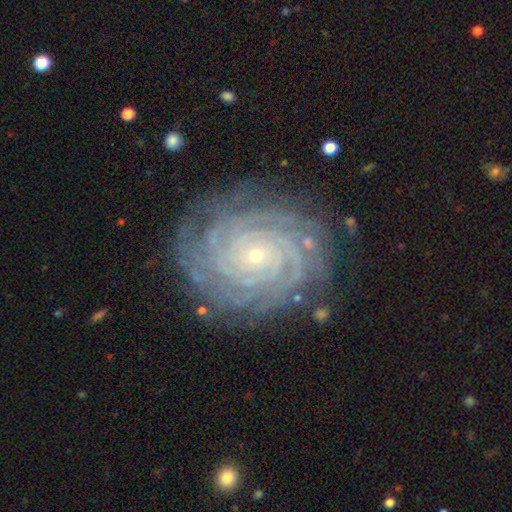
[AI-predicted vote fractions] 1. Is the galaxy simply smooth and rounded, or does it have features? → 90% featured or disk, 6% star or artifact, 4% smooth.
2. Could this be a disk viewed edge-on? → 98% no, 2% yes.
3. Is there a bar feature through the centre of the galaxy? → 80% no, 13% weak, 7% strong.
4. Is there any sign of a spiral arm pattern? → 99% yes, 1% no.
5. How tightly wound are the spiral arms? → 89% tight, 10% medium, 2% loose.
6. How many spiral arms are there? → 29% more than 4, 26% 4, 14% can't tell, 13% 3, 10% 2, 8% 1.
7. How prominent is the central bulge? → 86% small, 11% moderate, 1% none, 1% large, 1% dominant.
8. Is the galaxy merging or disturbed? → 83% none, 12% minor disturbance, 3% major disturbance, 1% merger.